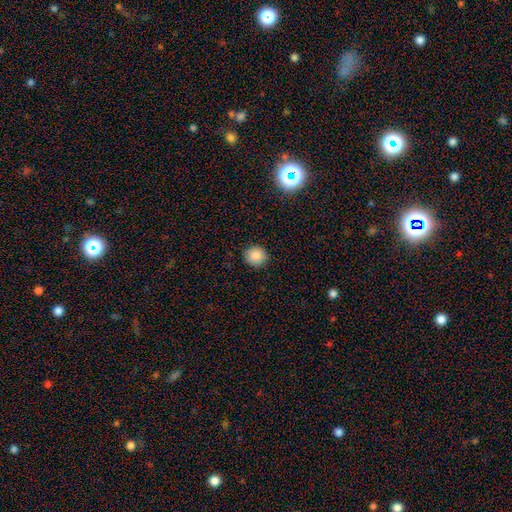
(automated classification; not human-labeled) Smooth or featured: smooth — 85% (star or artifact — 10%)
How rounded: round — 92% (in between — 7%)
Merging: none — 91% (minor disturbance — 6%)